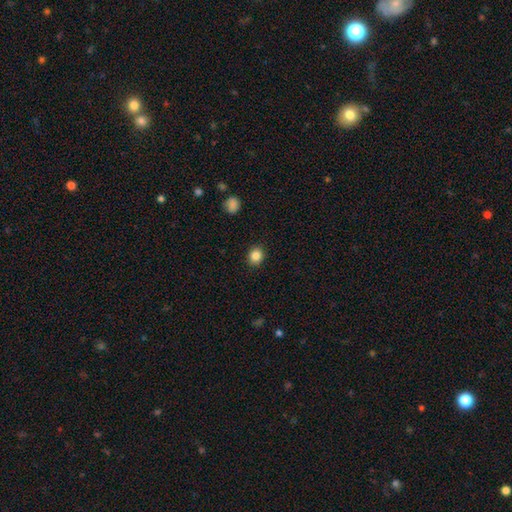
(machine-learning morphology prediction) Q: Smooth or featured?
A: smooth (85%); runner-up: star or artifact (10%)
Q: How rounded?
A: round (73%); runner-up: in between (26%)
Q: Merging?
A: none (91%); runner-up: minor disturbance (6%)